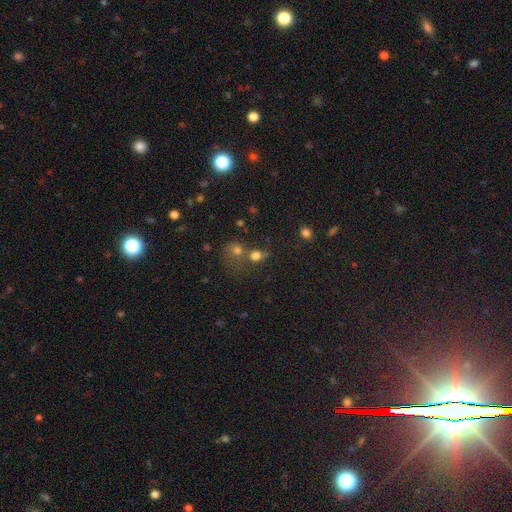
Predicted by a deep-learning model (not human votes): This appears to be a smooth galaxy with no disk features (73%) that is round (68%). Merging: merger (44%).